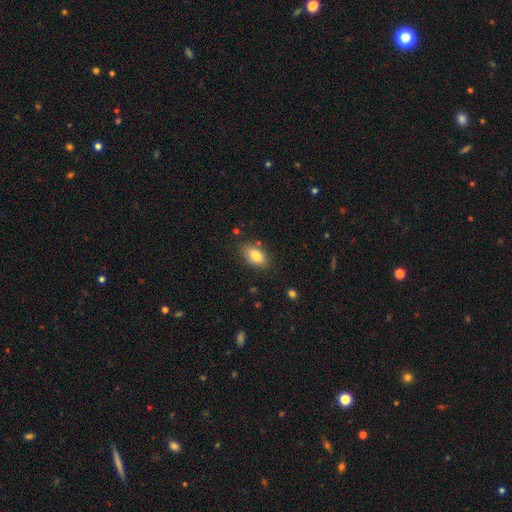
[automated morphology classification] The model was most divided on "merging": none: 82%, minor disturbance: 13%, major disturbance: 3%, merger: 2%. More confident: how rounded — in between (90%); smooth or featured — smooth (84%).